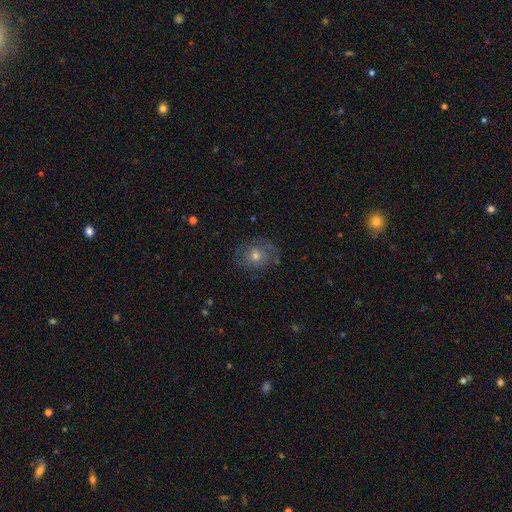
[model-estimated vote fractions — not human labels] Smooth or featured: featured or disk — 46% (smooth — 40%)
Merging: none — 73% (minor disturbance — 17%)